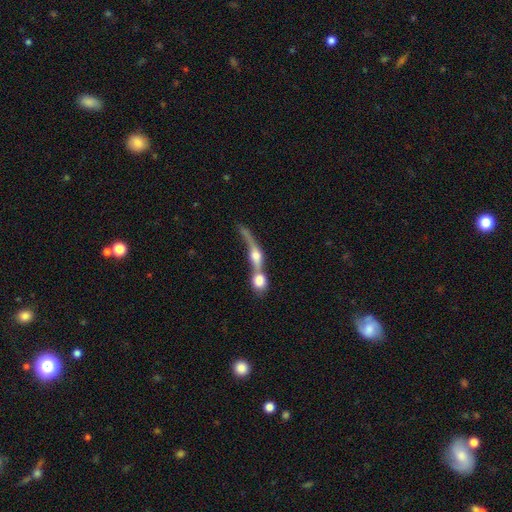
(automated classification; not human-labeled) Overall: featured or disk (50%; smooth 40%). Merging: merger (70%).